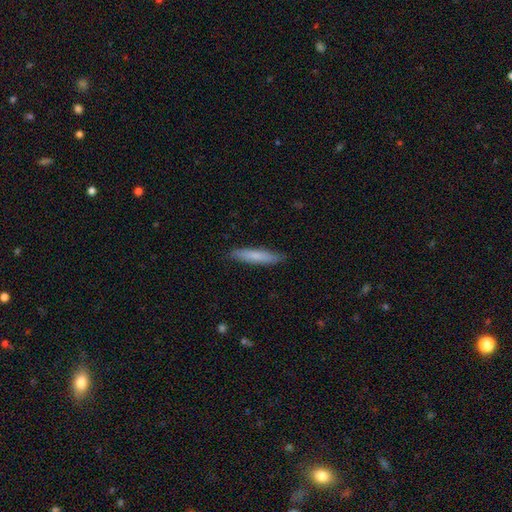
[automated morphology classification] type=smooth (75%); roundness=cigar-shaped (89%); merging=none (87%).